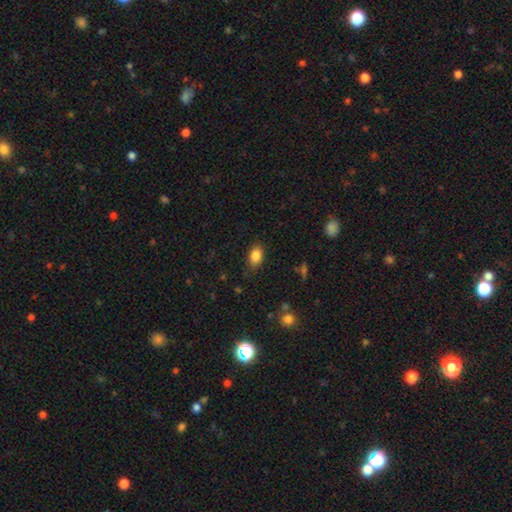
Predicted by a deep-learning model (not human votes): Smooth or featured: smooth — 86% (star or artifact — 8%)
How rounded: in between — 89% (round — 9%)
Merging: none — 83% (minor disturbance — 13%)